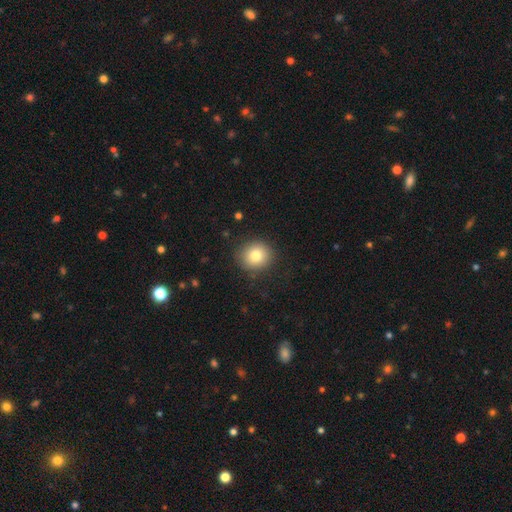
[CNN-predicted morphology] smooth_or_featured: smooth (p=0.80) [alt: star or artifact p=0.11]
how_rounded: round (p=0.87) [alt: in between p=0.12]
merging: none (p=0.88) [alt: minor disturbance p=0.08]